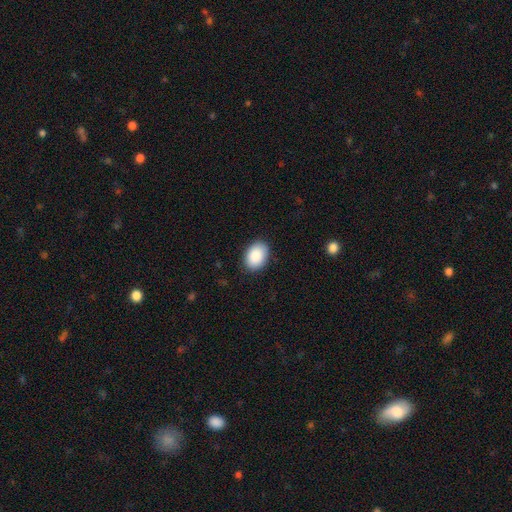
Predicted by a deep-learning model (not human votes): Morphology: type=smooth (89%); roundness=in between (85%); merging=none (88%).